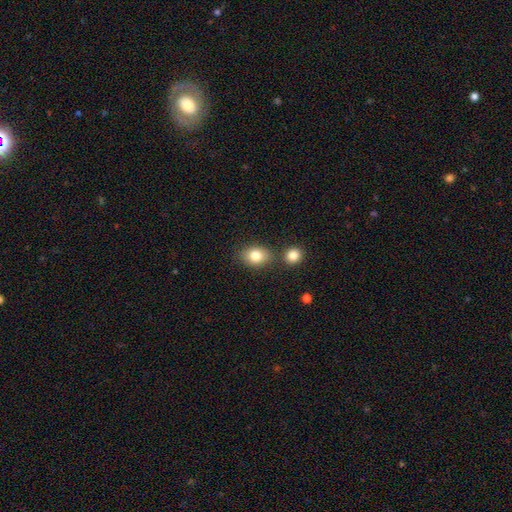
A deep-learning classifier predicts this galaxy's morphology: Smooth or featured? Predicted: smooth (p=0.82). How rounded? Predicted: in between (p=0.65). Merging? Predicted: none (p=0.72).